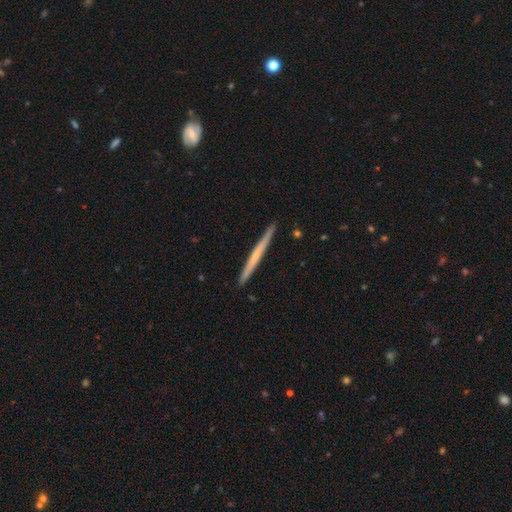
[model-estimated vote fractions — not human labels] This is possibly a featured or disk galaxy (53%). It is clearly viewed edge-on (98%). Edge-on bulge: likely none (70%). Merging: clearly none (92%).